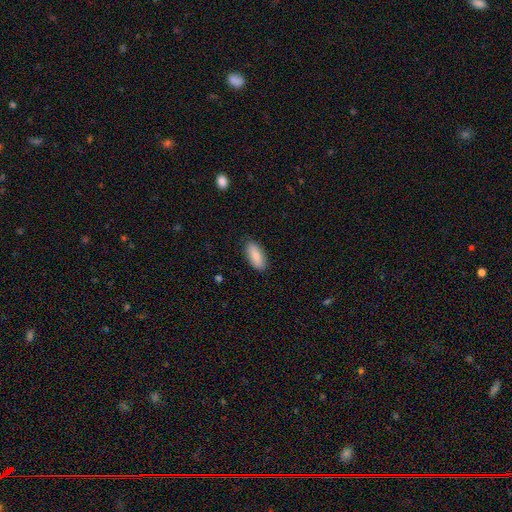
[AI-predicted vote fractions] Morphology: type=smooth (84%); roundness=in between (85%); merging=none (87%).